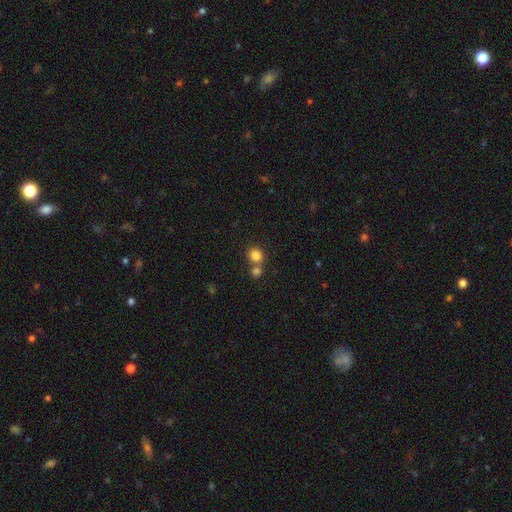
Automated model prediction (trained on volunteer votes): Smooth or featured? smooth (82%)
How rounded? round (86%)
Merging? none (59%)